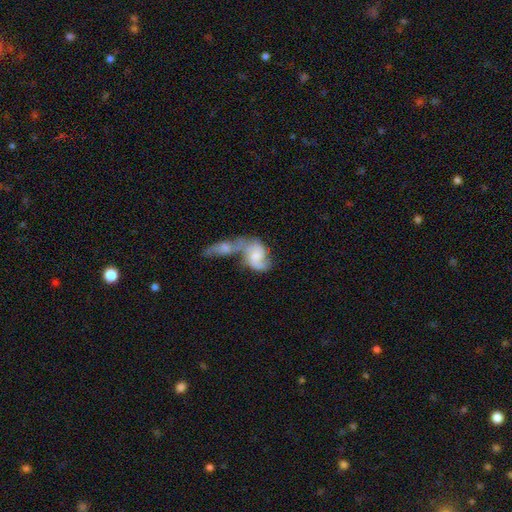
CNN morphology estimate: type=featured or disk (69%); edge-on=no (96%); bar=no (60%); spiral arms=yes (91%); winding=medium (44%); arm count=2 (81%); bulge=small (40%); merging=merger (65%).